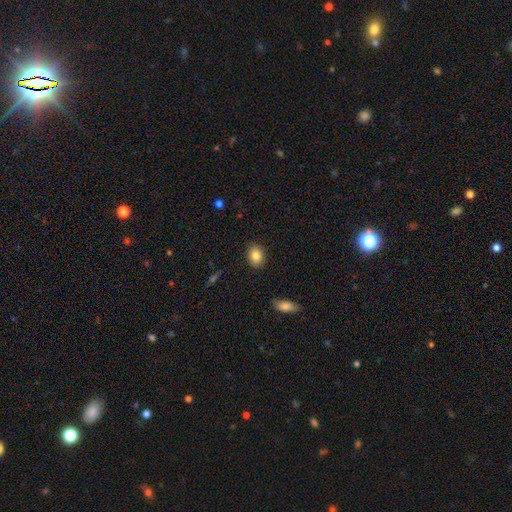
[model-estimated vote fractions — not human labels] Smooth or featured?
  - smooth: 85% *
  - star or artifact: 8%
  - featured or disk: 7%
How rounded?
  - in between: 64% *
  - round: 35%
  - cigar-shaped: 1%
Merging?
  - none: 89% *
  - minor disturbance: 8%
  - major disturbance: 2%
  - merger: 1%